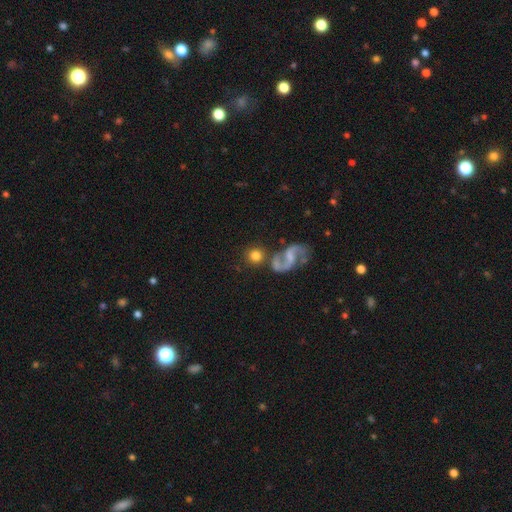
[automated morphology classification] type=smooth (63%); roundness=round (91%); merging=none (69%).